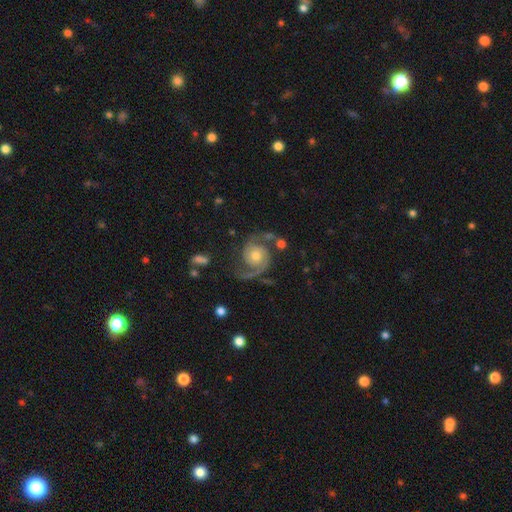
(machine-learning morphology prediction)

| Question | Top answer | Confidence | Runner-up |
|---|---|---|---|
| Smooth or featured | featured or disk | 90% | star or artifact (5%) |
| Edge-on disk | no | 98% | yes (2%) |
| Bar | no | 74% | weak (21%) |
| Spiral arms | yes | 98% | no (2%) |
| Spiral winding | medium | 52% | loose (24%) |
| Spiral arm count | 2 | 92% | 1 (2%) |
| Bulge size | moderate | 58% | small (32%) |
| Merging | none | 73% | minor disturbance (15%) |